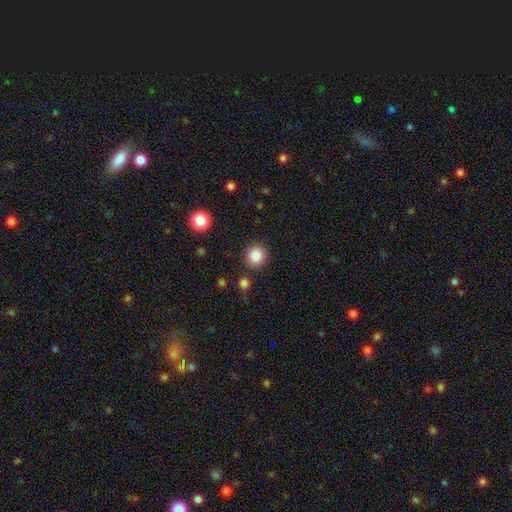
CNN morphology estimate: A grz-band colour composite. It shows a smooth galaxy with no disk features (85%) that is round (88%). Merging: none (87%).